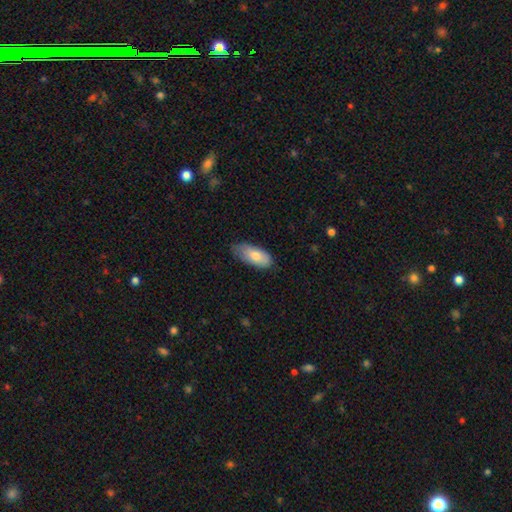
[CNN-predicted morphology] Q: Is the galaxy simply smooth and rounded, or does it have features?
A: smooth — 75%.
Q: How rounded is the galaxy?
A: in between — 88%.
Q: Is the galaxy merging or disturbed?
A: none — 64%.